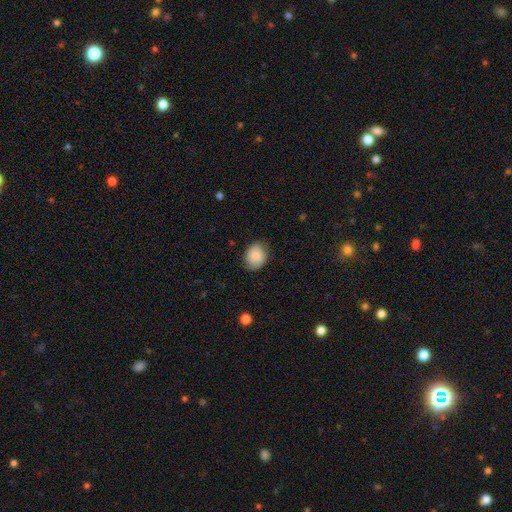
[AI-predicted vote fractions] Overall: smooth (80%). How rounded: in between (54%; round 45%). Merging: none (72%).